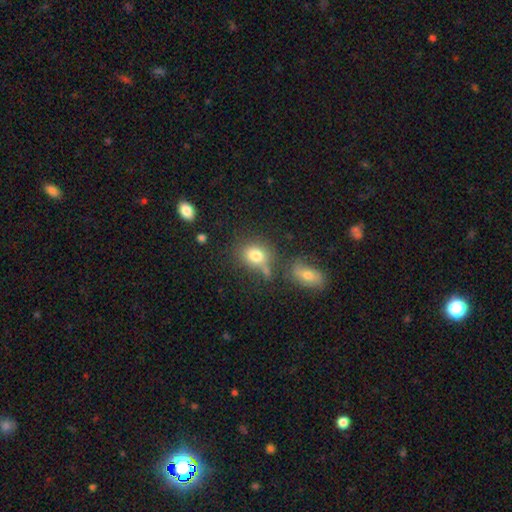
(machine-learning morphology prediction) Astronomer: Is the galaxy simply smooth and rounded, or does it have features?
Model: smooth — 78%.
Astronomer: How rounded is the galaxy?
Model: round — 50% (runner-up: in between, 48%).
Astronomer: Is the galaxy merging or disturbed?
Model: none — 55%.